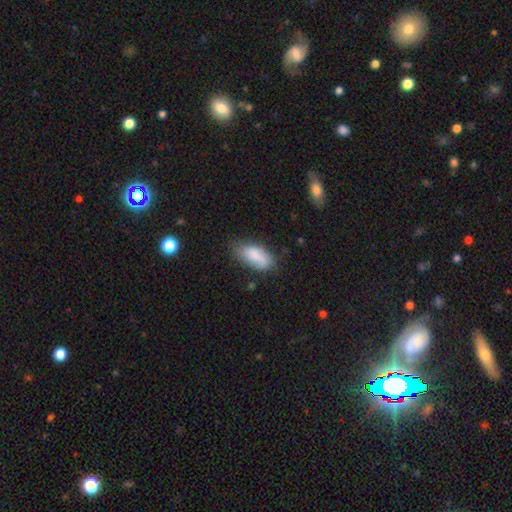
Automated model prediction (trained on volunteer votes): Morphology: type=smooth (81%); roundness=in between (88%); merging=none (59%).